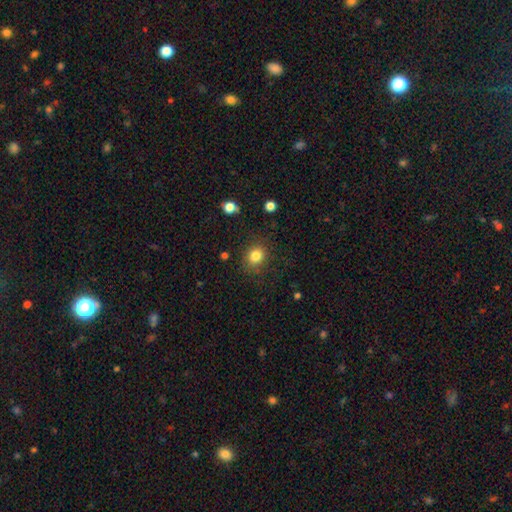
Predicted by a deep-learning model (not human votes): Smooth or featured? Predicted: smooth (p=0.83). How rounded? Predicted: round (p=0.69). Merging? Predicted: none (p=0.82).